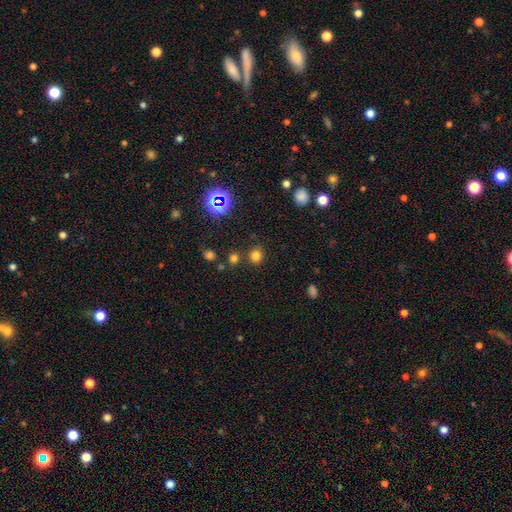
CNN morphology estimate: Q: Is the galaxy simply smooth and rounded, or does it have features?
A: smooth — 74%.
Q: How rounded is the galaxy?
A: round — 88%.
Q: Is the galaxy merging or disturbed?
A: none — 81%.